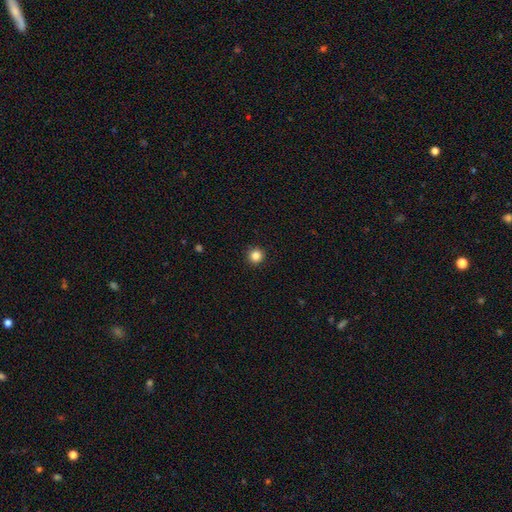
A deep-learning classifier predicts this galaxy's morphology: Smooth or featured: smooth — 85% (star or artifact — 11%)
How rounded: round — 96% (in between — 3%)
Merging: none — 93% (minor disturbance — 4%)